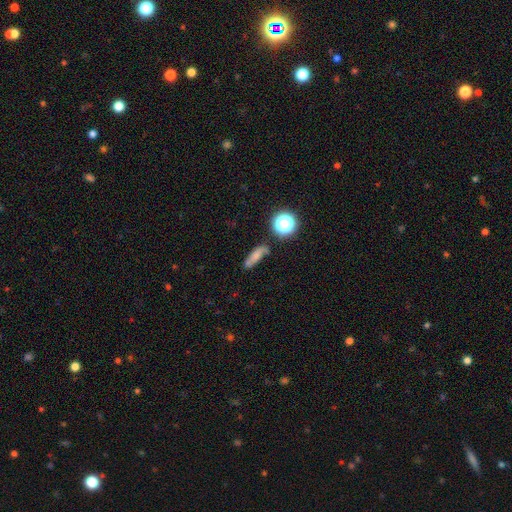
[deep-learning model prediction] Smooth or featured?
  - smooth: 58% *
  - featured or disk: 26%
  - star or artifact: 16%
How rounded?
  - cigar-shaped: 48% *
  - in between: 36%
  - round: 15%
Merging?
  - none: 60% *
  - minor disturbance: 23%
  - major disturbance: 9%
  - merger: 8%